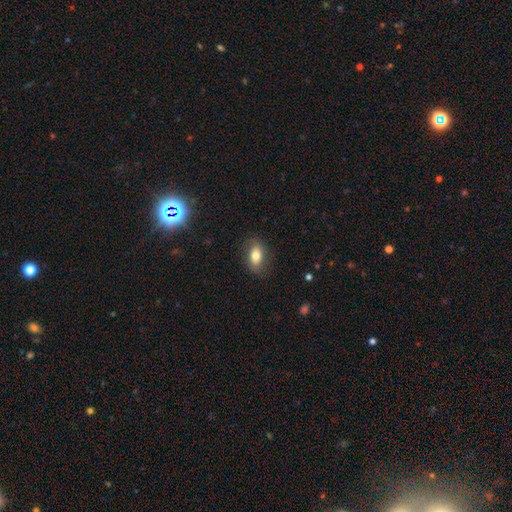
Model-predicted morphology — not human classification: smooth_or_featured: smooth (p=0.73) [alt: featured or disk p=0.19]
how_rounded: in between (p=0.88) [alt: round p=0.08]
merging: none (p=0.77) [alt: minor disturbance p=0.16]